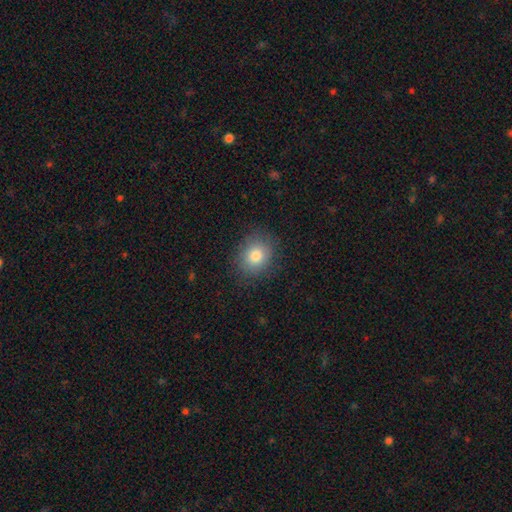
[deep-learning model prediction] Smooth or featured? Predicted: smooth (p=0.81). How rounded? Predicted: round (p=0.67). Merging? Predicted: none (p=0.85).